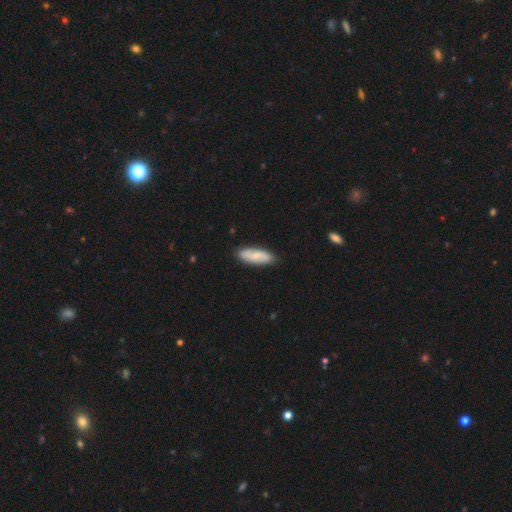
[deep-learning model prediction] Q: Smooth or featured?
A: smooth (65%); runner-up: featured or disk (29%)
Q: How rounded?
A: in between (62%); runner-up: cigar-shaped (36%)
Q: Merging?
A: none (86%); runner-up: minor disturbance (11%)